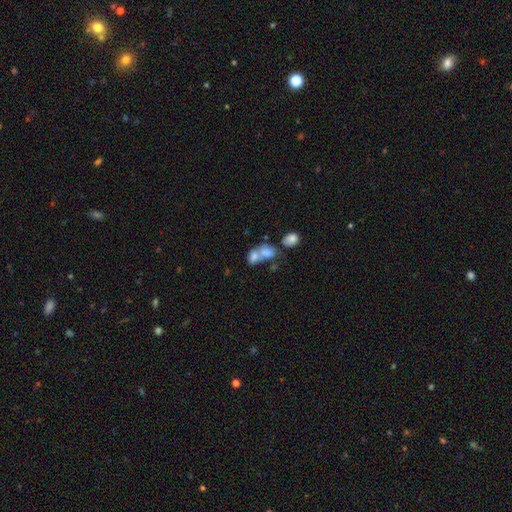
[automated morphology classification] Smooth or featured? Predicted: smooth (p=0.70). How rounded? Predicted: in between (p=0.72). Merging? Predicted: merger (p=0.68).